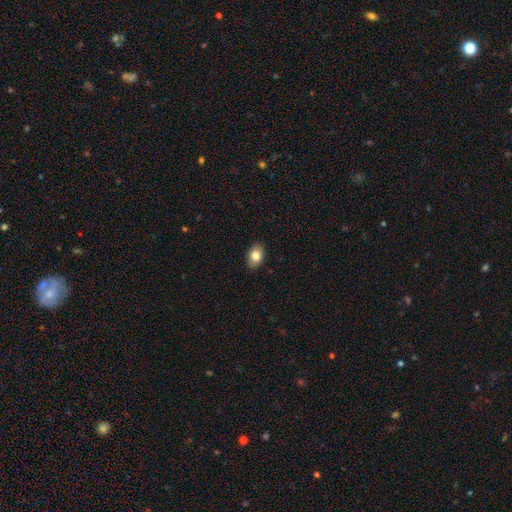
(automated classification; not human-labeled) A smooth galaxy with no disk features (81%) that is in between round and cigar-shaped (85%). Merging: none (89%).